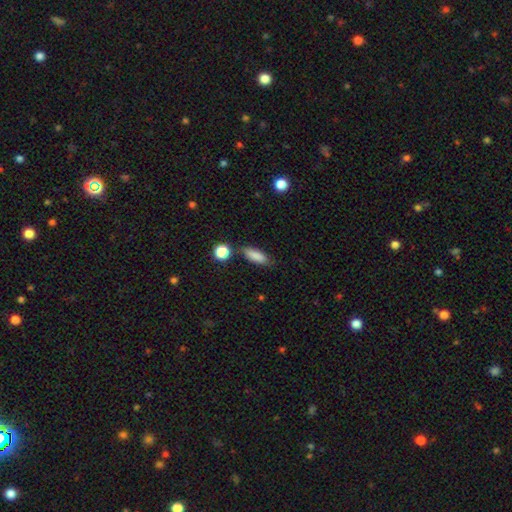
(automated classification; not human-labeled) Smooth or featured? Predicted: smooth (p=0.85). How rounded? Predicted: in between (p=0.63). Merging? Predicted: none (p=0.78).